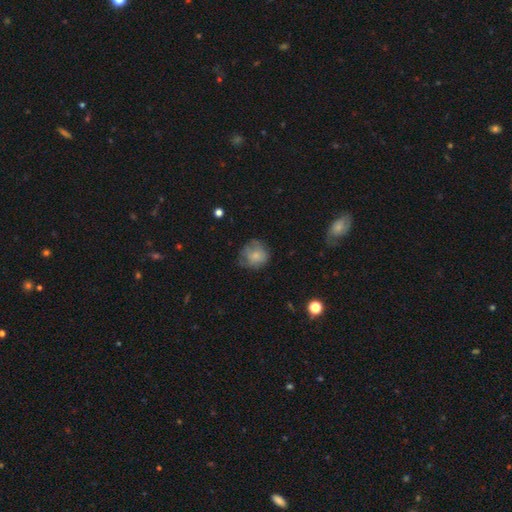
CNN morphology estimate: smooth-or-featured: smooth: 70% | featured or disk: 20% | star or artifact: 9%
  how-rounded: round: 82% | in between: 17% | cigar-shaped: 1%
  merging: none: 60% | minor disturbance: 26% | major disturbance: 13% | merger: 2%